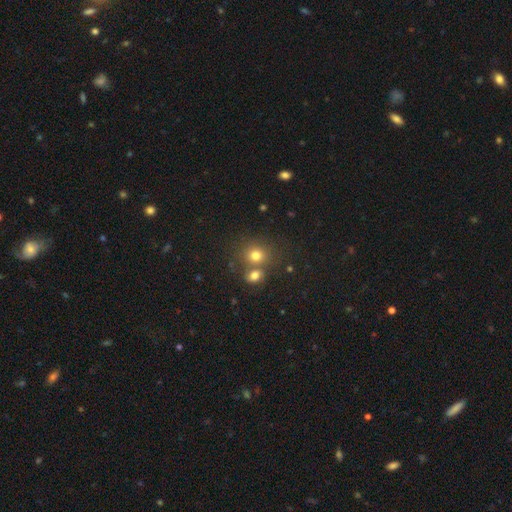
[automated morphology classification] Smooth or featured? smooth (76%)
How rounded? round (77%)
Merging? none (53%)